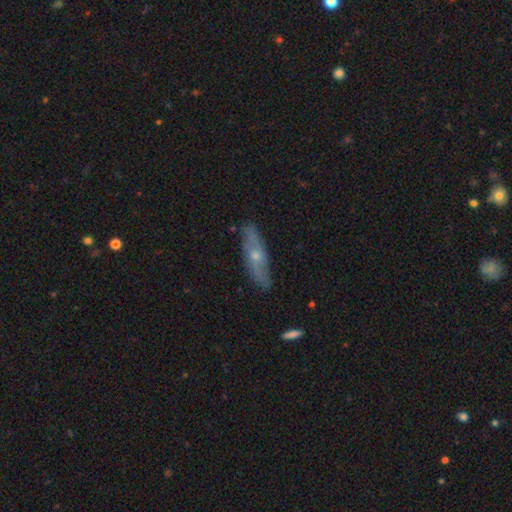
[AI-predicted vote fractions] Smooth or featured? featured or disk (56%)
Edge-on disk? yes (55%)
Merging? none (83%)